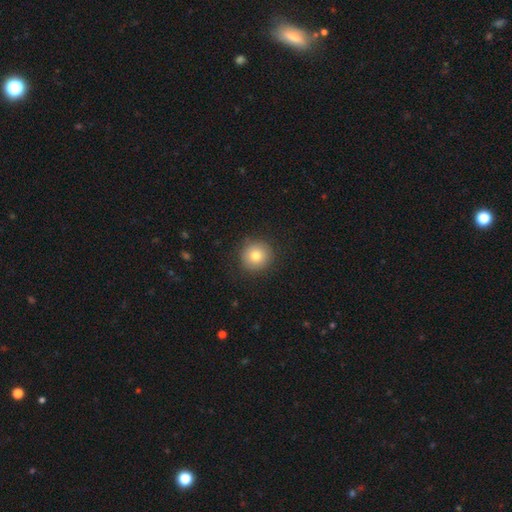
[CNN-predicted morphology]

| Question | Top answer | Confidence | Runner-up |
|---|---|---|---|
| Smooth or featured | smooth | 79% | featured or disk (11%) |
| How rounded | round | 94% | in between (5%) |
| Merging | none | 89% | minor disturbance (8%) |